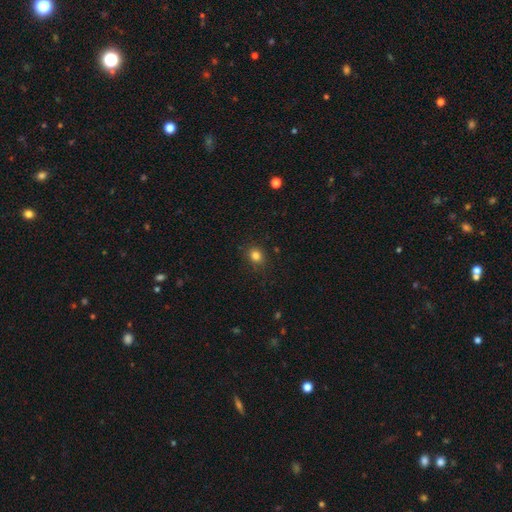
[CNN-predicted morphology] Smooth or featured?
  - smooth: 82% *
  - star or artifact: 13%
  - featured or disk: 5%
How rounded?
  - round: 62% *
  - in between: 37%
  - cigar-shaped: 1%
Merging?
  - none: 84% *
  - minor disturbance: 11%
  - major disturbance: 3%
  - merger: 1%